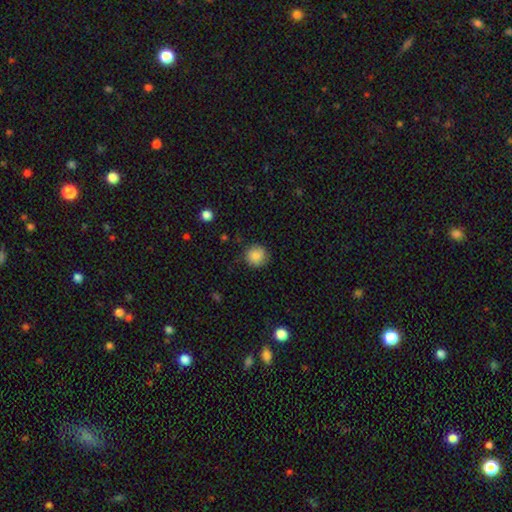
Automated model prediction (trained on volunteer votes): Smooth or featured? Predicted: smooth (p=0.85). How rounded? Predicted: round (p=0.92). Merging? Predicted: none (p=0.84).